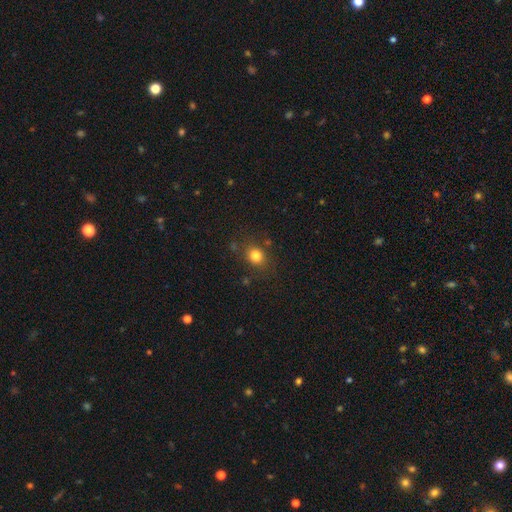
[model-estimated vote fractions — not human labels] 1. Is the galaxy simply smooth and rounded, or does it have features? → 80% smooth, 13% star or artifact, 7% featured or disk.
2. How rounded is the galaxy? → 71% round, 28% in between, 1% cigar-shaped.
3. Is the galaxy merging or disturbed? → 81% none, 11% minor disturbance, 4% major disturbance, 3% merger.